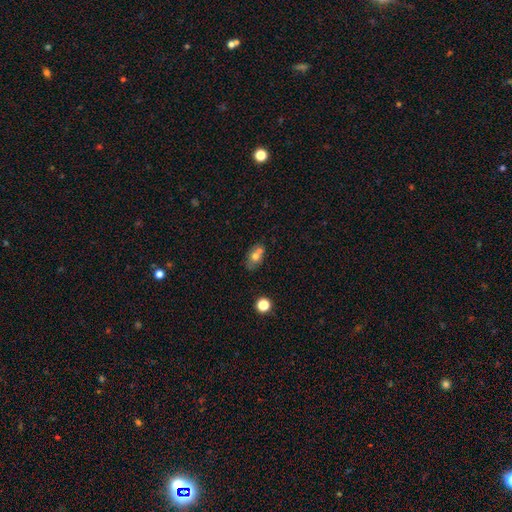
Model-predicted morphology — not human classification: Overall: smooth (66%). How rounded: in between (66%; round 32%). Merging: none (43%; merger 40%).